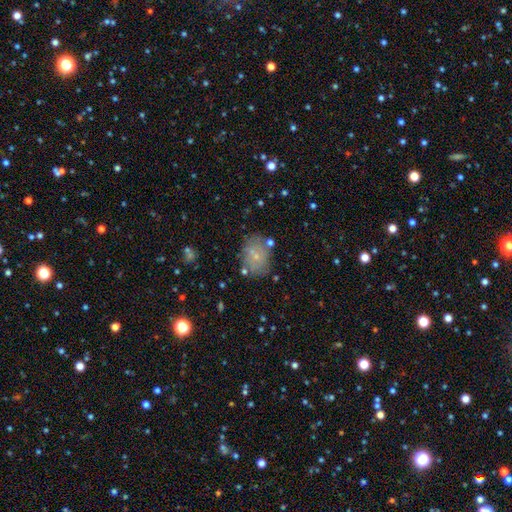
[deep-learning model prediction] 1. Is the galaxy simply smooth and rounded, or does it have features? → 55% smooth, 30% featured or disk, 14% star or artifact.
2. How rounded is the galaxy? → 61% in between, 38% round, 1% cigar-shaped.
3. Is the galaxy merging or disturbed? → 70% none, 18% minor disturbance, 7% major disturbance, 6% merger.